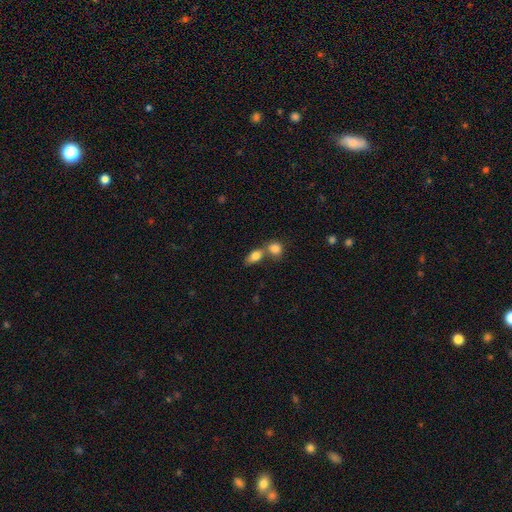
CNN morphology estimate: smooth-or-featured: smooth: 82% | featured or disk: 11% | star or artifact: 8%
  how-rounded: in between: 82% | round: 12% | cigar-shaped: 6%
  merging: merger: 49% | none: 39% | minor disturbance: 9% | major disturbance: 4%